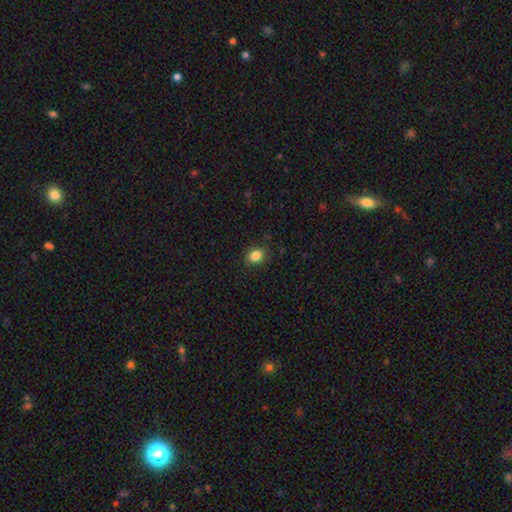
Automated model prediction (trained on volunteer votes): This appears to be a smooth galaxy with no disk features (84%) that is in between round and cigar-shaped (58%). Merging: none (86%).